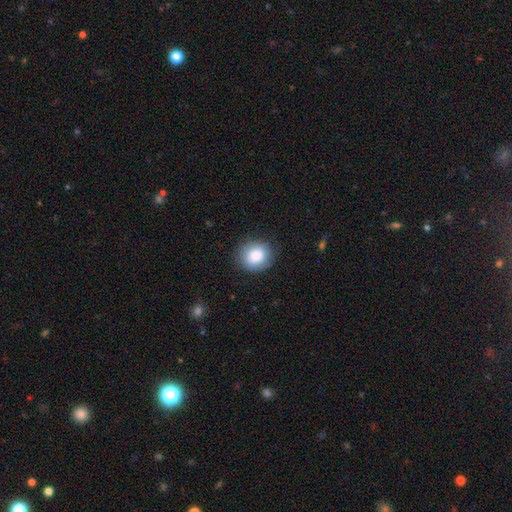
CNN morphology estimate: Overall: smooth (84%). How rounded: round (76%). Merging: none (84%).